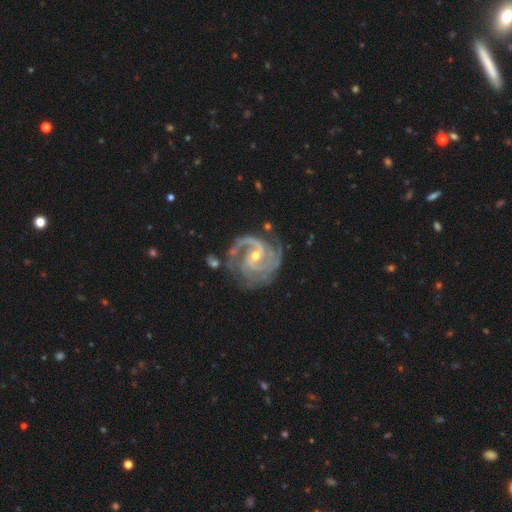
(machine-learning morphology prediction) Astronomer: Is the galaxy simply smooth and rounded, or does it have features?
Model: featured or disk — 93%.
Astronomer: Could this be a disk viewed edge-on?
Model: no — 98%.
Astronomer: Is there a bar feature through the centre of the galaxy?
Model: weak — 43% (runner-up: no, 39%).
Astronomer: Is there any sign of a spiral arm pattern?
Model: yes — 99%.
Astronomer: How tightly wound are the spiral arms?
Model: tight — 54% (runner-up: medium, 40%).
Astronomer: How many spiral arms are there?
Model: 2 — 47% (runner-up: 3, 28%).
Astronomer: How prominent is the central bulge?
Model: small — 50% (runner-up: moderate, 48%).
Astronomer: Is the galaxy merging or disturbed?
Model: none — 65%.